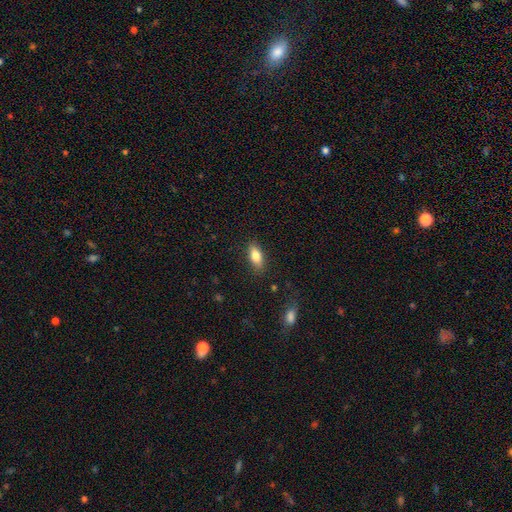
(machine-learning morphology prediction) type=smooth (79%); roundness=in between (83%); merging=none (85%).